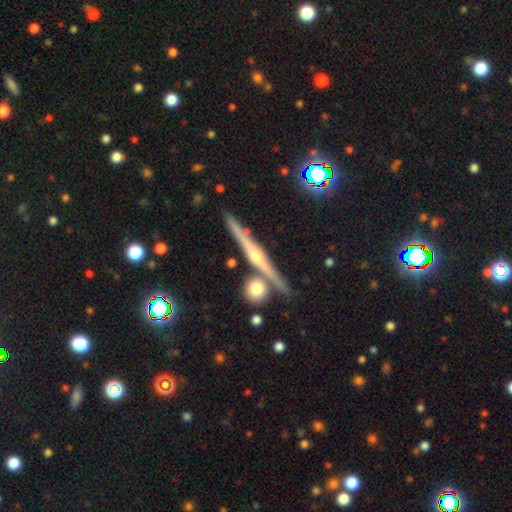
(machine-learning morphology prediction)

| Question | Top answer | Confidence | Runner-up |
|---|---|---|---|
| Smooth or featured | featured or disk | 77% | smooth (15%) |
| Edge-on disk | yes | 98% | no (2%) |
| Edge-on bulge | rounded | 79% | none (12%) |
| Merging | none | 83% | merger (8%) |